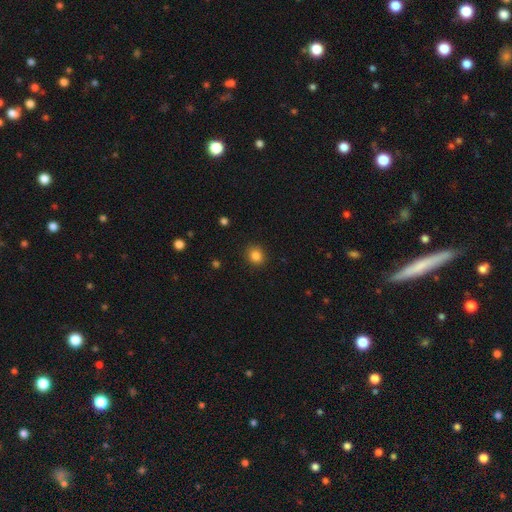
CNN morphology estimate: This appears to be a smooth galaxy with no disk features (84%) that is round (81%). Merging: none (90%).